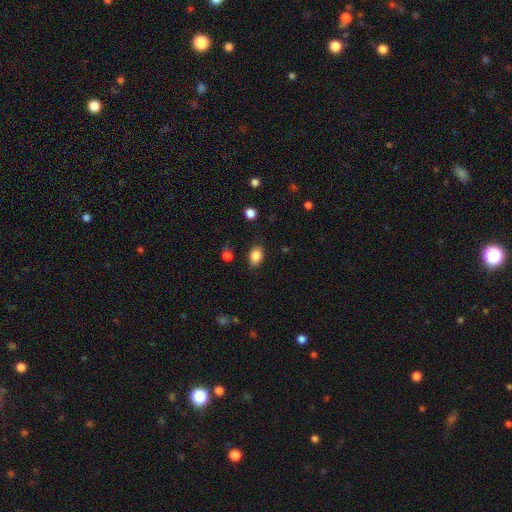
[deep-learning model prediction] Smooth or featured? smooth (86%)
How rounded? in between (82%)
Merging? none (81%)